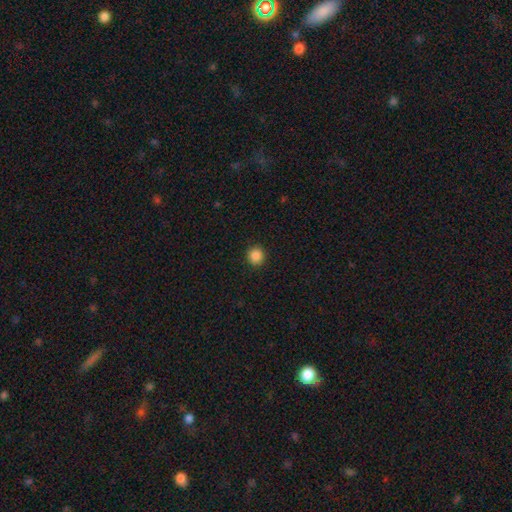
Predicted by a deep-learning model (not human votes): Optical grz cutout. It shows a smooth galaxy with no disk features (87%) that is round (92%). Merging: none (92%).